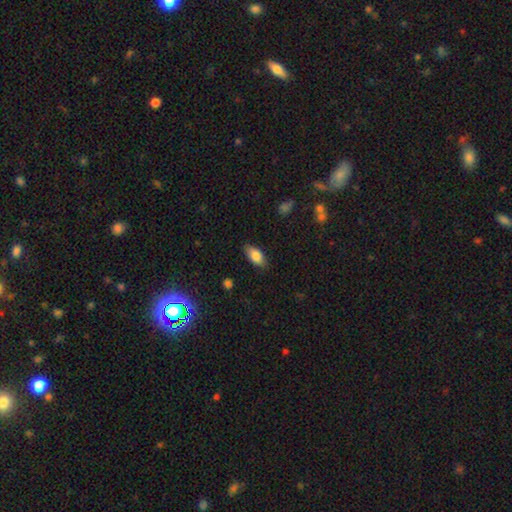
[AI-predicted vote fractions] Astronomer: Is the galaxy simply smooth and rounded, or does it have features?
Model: smooth — 82%.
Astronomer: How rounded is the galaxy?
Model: in between — 89%.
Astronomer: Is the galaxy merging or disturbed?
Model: none — 84%.